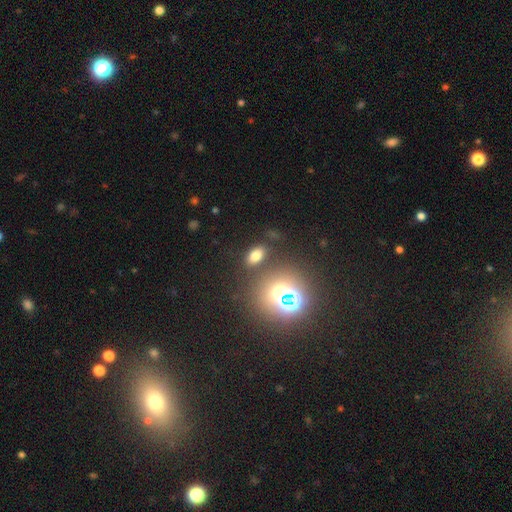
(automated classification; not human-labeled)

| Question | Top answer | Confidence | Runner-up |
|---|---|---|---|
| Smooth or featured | smooth | 69% | star or artifact (23%) |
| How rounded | in between | 85% | round (12%) |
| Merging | none | 81% | minor disturbance (9%) |